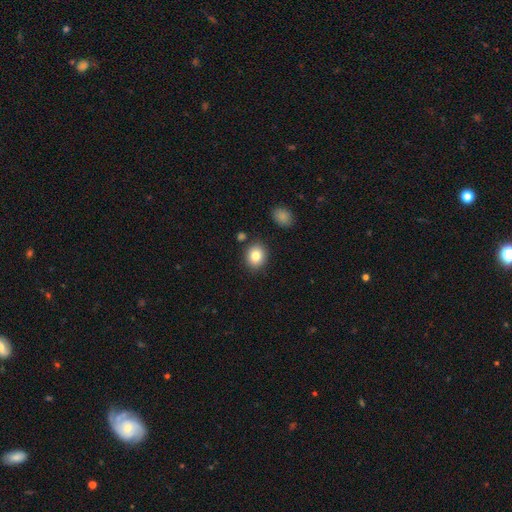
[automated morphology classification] type=smooth (84%); roundness=round (65%); merging=none (85%).